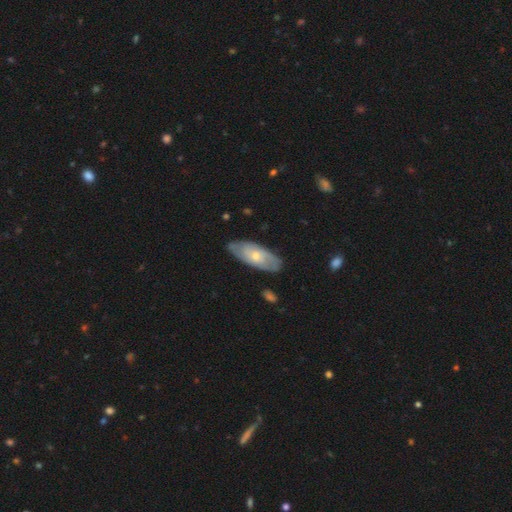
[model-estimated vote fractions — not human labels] Overall: featured or disk (53%; smooth 42%). Edge-on disk: no (86%). Merging: none (77%).